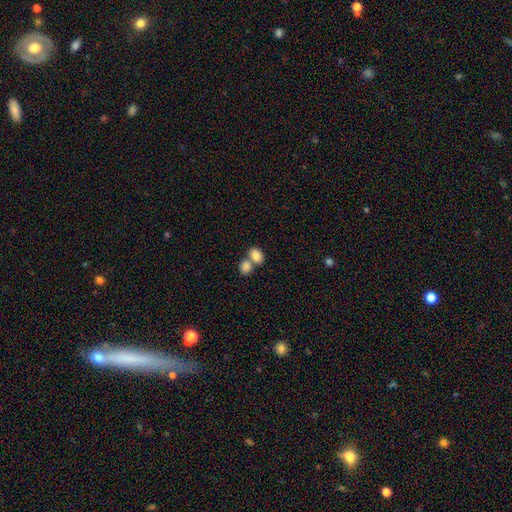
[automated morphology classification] Smooth or featured? Predicted: smooth (p=0.84). How rounded? Predicted: in between (p=0.67). Merging? Predicted: merger (p=0.58).